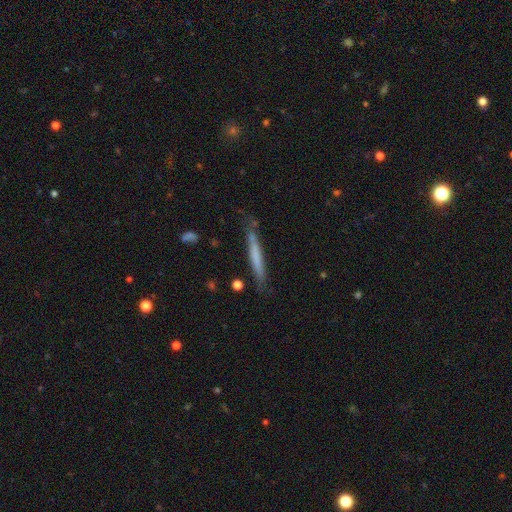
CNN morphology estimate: Smooth or featured? smooth (58%)
How rounded? cigar-shaped (96%)
Merging? none (74%)